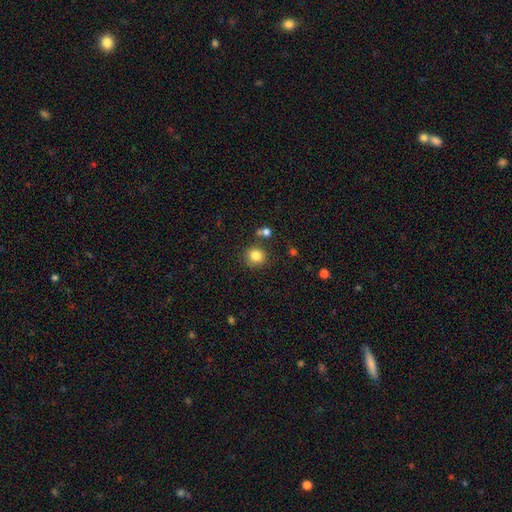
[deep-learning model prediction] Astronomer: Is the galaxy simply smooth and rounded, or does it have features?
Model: smooth — 83%.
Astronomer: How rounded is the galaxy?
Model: round — 88%.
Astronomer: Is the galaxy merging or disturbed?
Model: none — 81%.